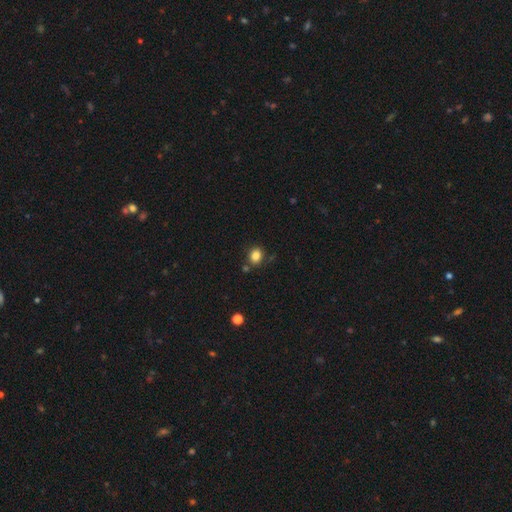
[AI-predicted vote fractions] This is clearly a smooth galaxy (84%). How rounded: possibly round (55%). Merging: likely none (77%).